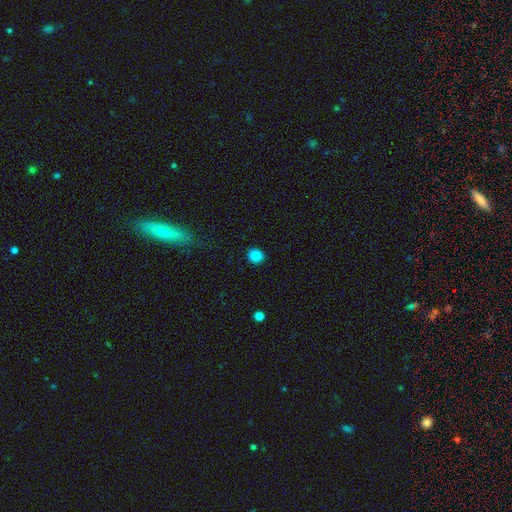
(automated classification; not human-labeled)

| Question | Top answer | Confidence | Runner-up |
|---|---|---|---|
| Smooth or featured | smooth | 86% | star or artifact (10%) |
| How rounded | round | 82% | in between (17%) |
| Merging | none | 91% | minor disturbance (6%) |